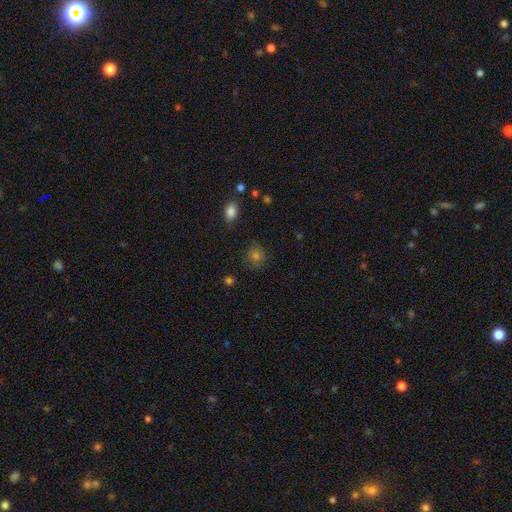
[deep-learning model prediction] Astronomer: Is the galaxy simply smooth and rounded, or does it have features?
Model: smooth — 68%.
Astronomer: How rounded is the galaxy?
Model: round — 76%.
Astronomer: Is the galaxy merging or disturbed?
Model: none — 80%.